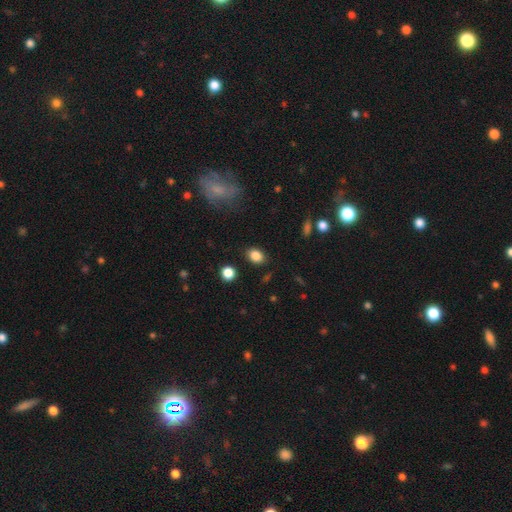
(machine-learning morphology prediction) This is clearly a smooth galaxy (85%). How rounded: likely in between (67%). Merging: clearly none (85%).